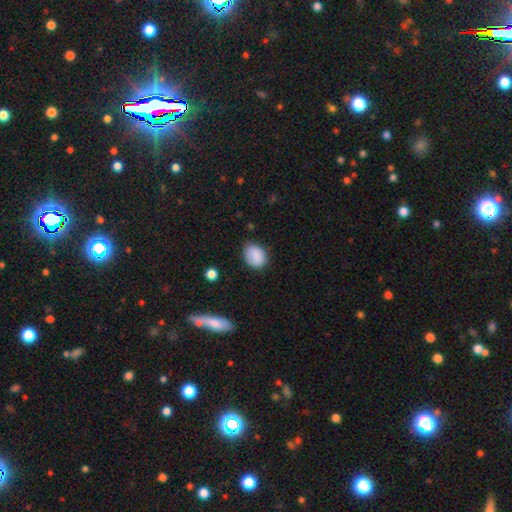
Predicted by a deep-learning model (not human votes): smooth_or_featured: smooth (p=0.85) [alt: star or artifact p=0.08]
how_rounded: in between (p=0.55) [alt: round p=0.44]
merging: none (p=0.74) [alt: minor disturbance p=0.20]